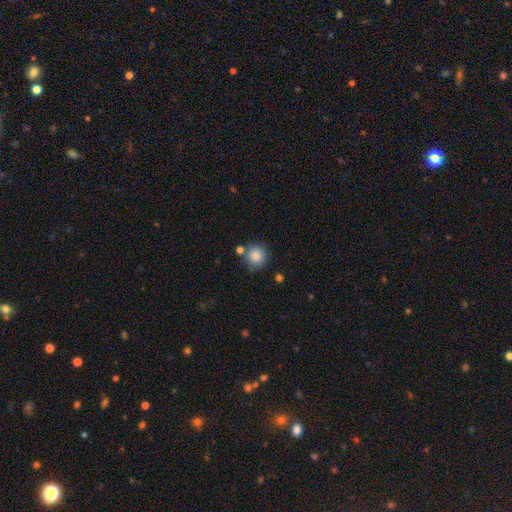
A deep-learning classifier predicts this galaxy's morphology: This appears to be a smooth galaxy with no disk features (87%) that is round (91%). Merging: none (77%).